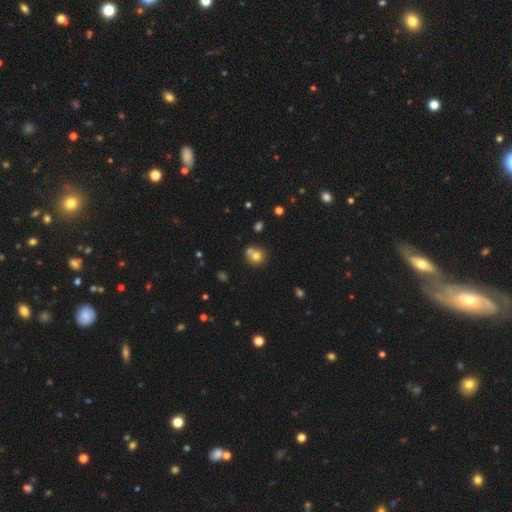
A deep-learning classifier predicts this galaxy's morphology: This appears to be a smooth galaxy with no disk features (73%) that is round (87%). Merging: none (52%).